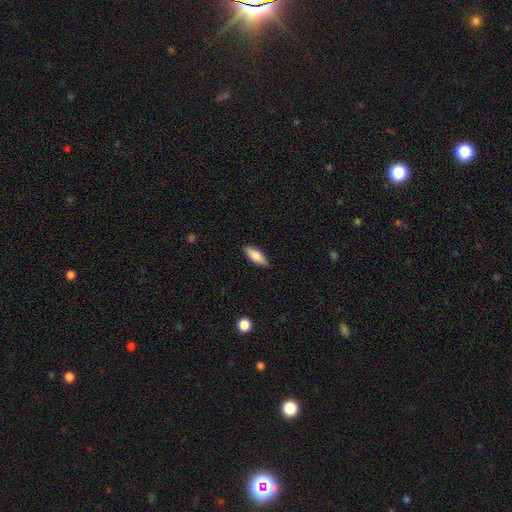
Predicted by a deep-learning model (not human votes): Overall: smooth (81%). How rounded: in between (64%; cigar-shaped 34%). Merging: none (88%).